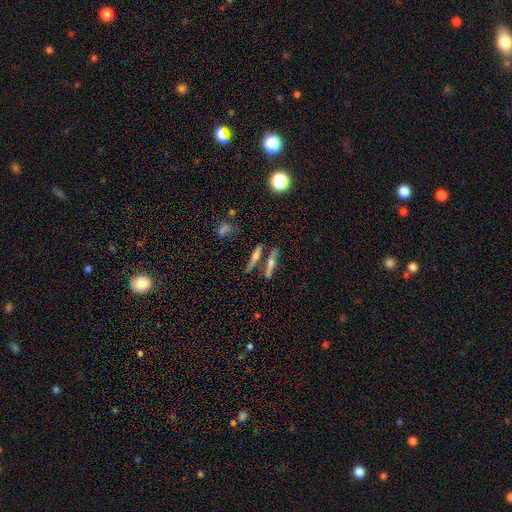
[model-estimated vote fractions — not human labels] featured or disk 51%, smooth 37%, star or artifact 12%. Down the decision tree: edge-on disk — yes (91%); merging — none (70%).